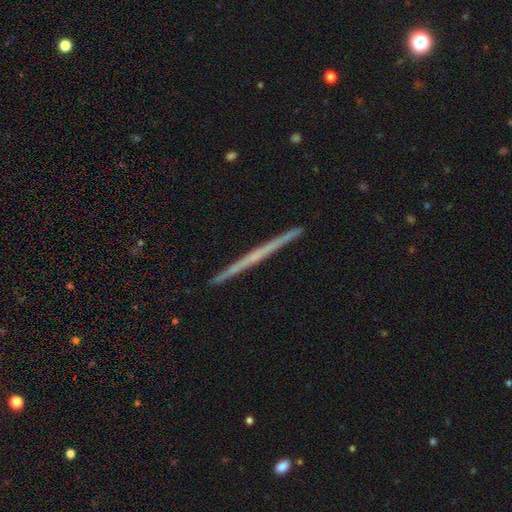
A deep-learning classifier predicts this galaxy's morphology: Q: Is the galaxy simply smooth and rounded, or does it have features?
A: featured or disk — 67%.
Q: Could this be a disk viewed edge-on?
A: yes — 98%.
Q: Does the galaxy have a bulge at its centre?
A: none — 80%.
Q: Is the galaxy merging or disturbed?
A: none — 93%.